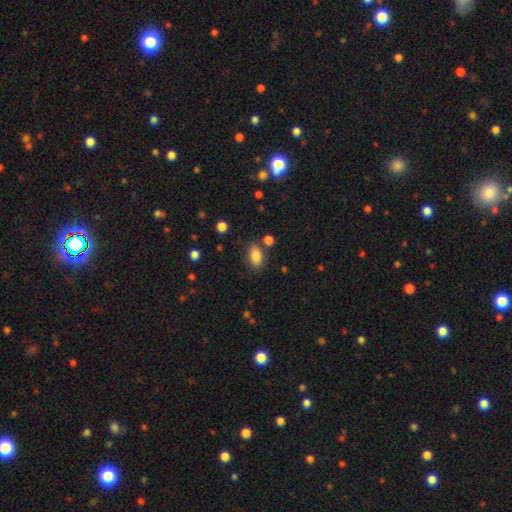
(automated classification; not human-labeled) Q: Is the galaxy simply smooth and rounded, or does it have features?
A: smooth — 84%.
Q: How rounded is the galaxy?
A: in between — 90%.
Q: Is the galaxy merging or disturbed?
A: none — 78%.